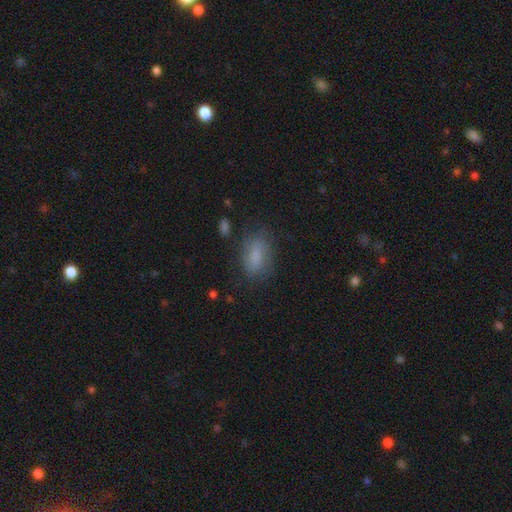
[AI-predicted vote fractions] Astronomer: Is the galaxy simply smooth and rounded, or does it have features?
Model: smooth — 77%.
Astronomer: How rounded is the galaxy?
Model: in between — 87%.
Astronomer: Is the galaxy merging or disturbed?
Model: none — 72%.